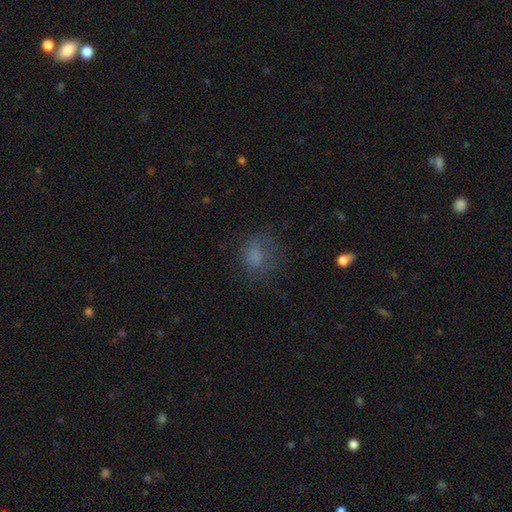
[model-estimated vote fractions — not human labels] Smooth or featured? smooth (69%)
How rounded? round (56%)
Merging? none (58%)